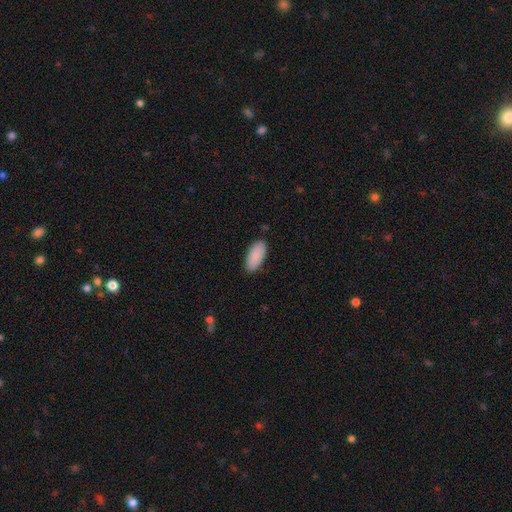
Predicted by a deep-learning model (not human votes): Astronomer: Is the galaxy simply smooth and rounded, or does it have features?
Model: smooth — 90%.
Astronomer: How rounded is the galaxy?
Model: in between — 90%.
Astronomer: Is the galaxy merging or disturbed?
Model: none — 87%.